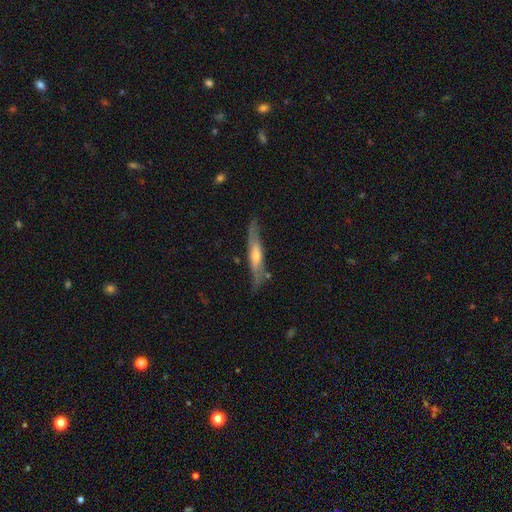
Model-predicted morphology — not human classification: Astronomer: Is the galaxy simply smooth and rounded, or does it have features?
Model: featured or disk — 65%.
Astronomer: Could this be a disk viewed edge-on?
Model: yes — 85%.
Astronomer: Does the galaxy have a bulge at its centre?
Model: rounded — 72%.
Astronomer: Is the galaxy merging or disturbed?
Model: none — 78%.